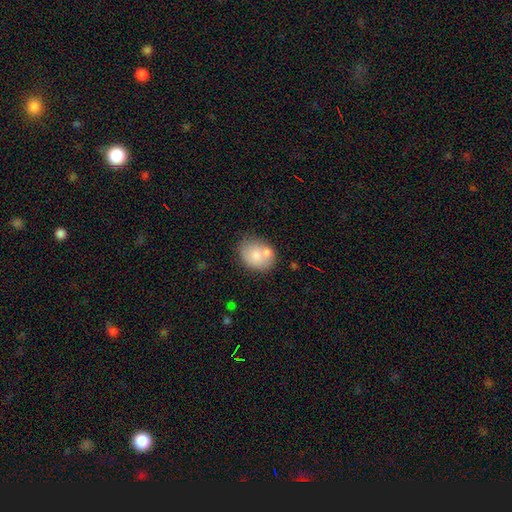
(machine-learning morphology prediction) smooth-or-featured: smooth: 74% | featured or disk: 19% | star or artifact: 7%
  how-rounded: in between: 57% | round: 42% | cigar-shaped: 1%
  merging: none: 50% | merger: 28% | minor disturbance: 17% | major disturbance: 5%